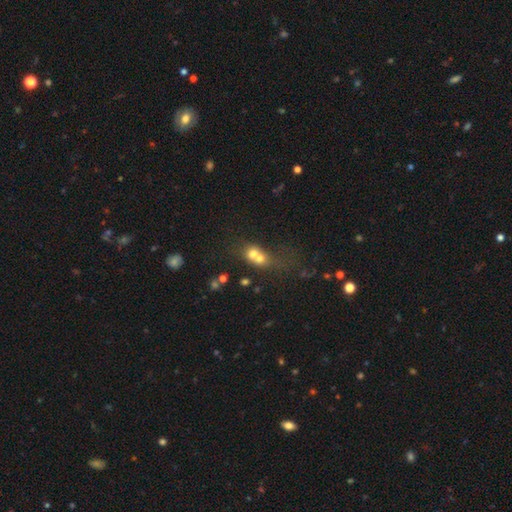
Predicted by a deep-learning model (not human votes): Smooth or featured? Predicted: smooth (p=0.63). How rounded? Predicted: round (p=0.66). Merging? Predicted: merger (p=0.68).